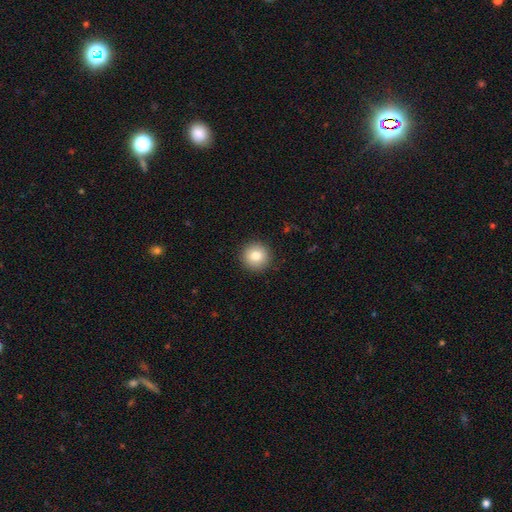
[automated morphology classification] This is clearly a smooth galaxy (83%). How rounded: clearly round (94%). Merging: clearly none (91%).